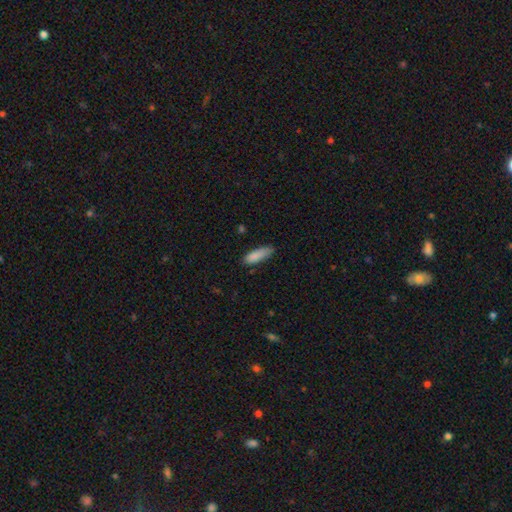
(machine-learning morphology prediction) smooth-or-featured: smooth: 87% | featured or disk: 7% | star or artifact: 7%
  how-rounded: in between: 54% | cigar-shaped: 44% | round: 2%
  merging: none: 68% | minor disturbance: 26% | major disturbance: 4% | merger: 2%